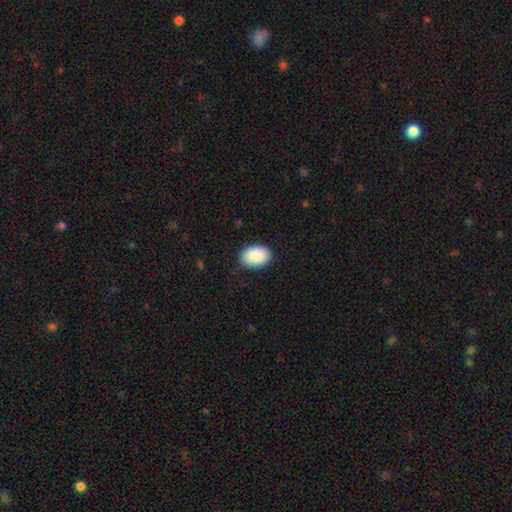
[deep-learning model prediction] Morphology: type=smooth (90%); roundness=in between (89%); merging=none (85%).